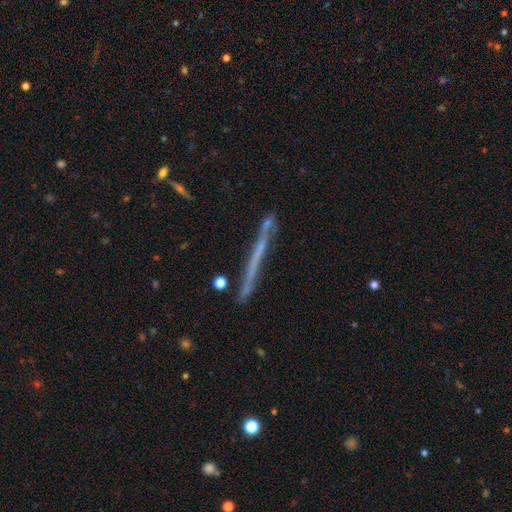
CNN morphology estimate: Smooth or featured?
  - featured or disk: 54% *
  - smooth: 37%
  - star or artifact: 9%
Edge-on disk?
  - yes: 96% *
  - no: 4%
Edge-on bulge?
  - none: 89% *
  - rounded: 7%
  - boxy: 3%
Merging?
  - none: 82% *
  - minor disturbance: 11%
  - merger: 4%
  - major disturbance: 3%